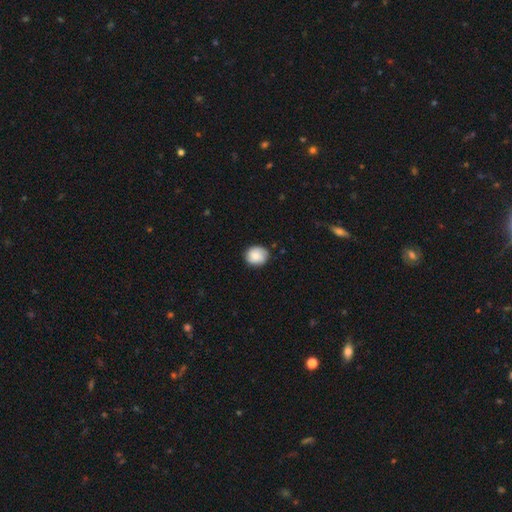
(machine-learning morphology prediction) Smooth or featured?
  - smooth: 83% *
  - featured or disk: 10%
  - star or artifact: 7%
How rounded?
  - round: 71% *
  - in between: 28%
  - cigar-shaped: 1%
Merging?
  - none: 80% *
  - minor disturbance: 16%
  - major disturbance: 3%
  - merger: 1%